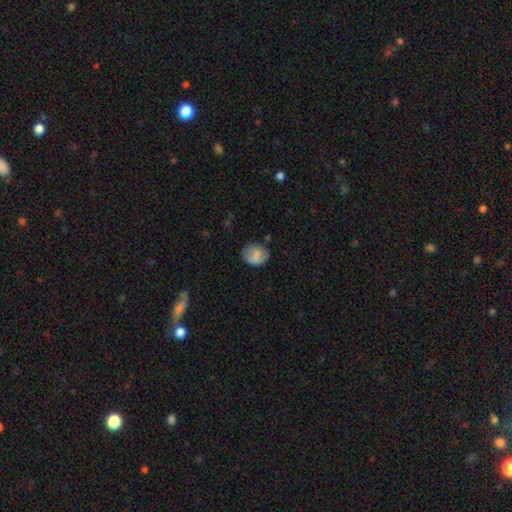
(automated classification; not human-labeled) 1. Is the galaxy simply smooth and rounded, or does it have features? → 73% smooth, 19% featured or disk, 8% star or artifact.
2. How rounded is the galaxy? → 60% round, 39% in between, 1% cigar-shaped.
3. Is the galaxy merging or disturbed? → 65% none, 25% minor disturbance, 8% major disturbance, 2% merger.